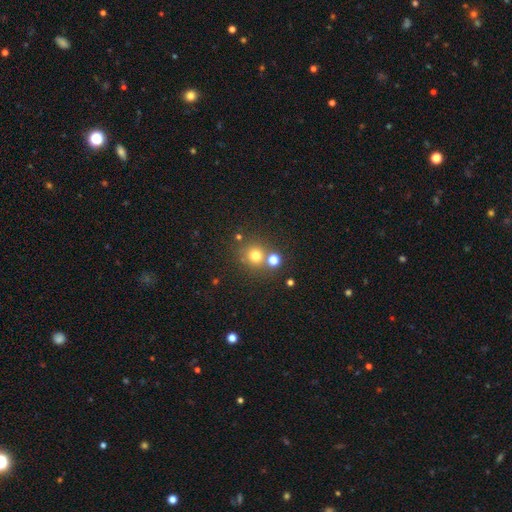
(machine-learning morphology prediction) The model was most divided on "merging": none: 68%, merger: 21%, minor disturbance: 8%, major disturbance: 4%. More confident: how rounded — round (91%); smooth or featured — smooth (72%).